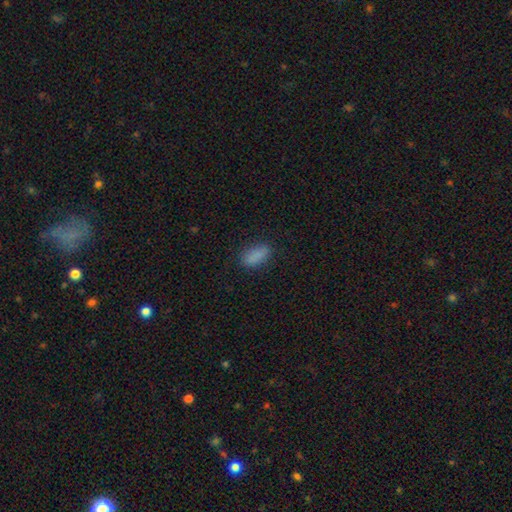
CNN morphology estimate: Smooth or featured: smooth — 86% (star or artifact — 10%)
How rounded: in between — 87% (cigar-shaped — 10%)
Merging: none — 82% (minor disturbance — 13%)